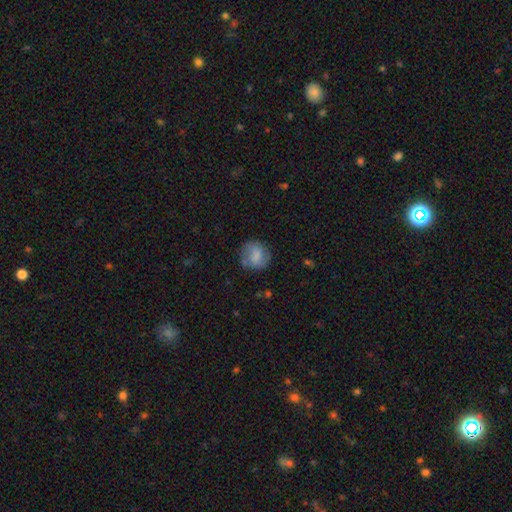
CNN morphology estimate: Smooth or featured? smooth (66%)
How rounded? round (82%)
Merging? none (71%)